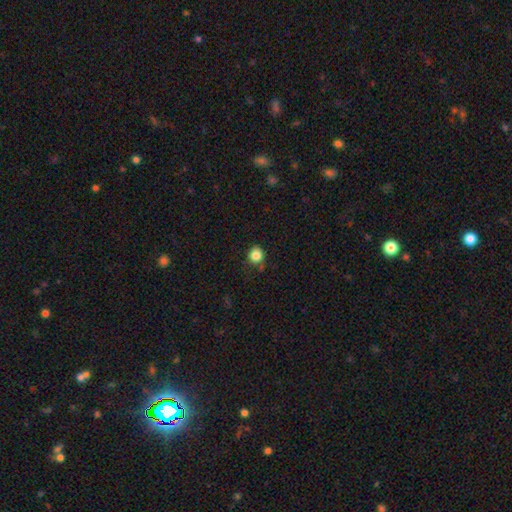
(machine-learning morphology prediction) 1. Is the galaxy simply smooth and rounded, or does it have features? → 85% smooth, 11% star or artifact, 4% featured or disk.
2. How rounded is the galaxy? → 85% round, 14% in between, 1% cigar-shaped.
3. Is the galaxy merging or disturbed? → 79% none, 15% minor disturbance, 3% major disturbance, 3% merger.